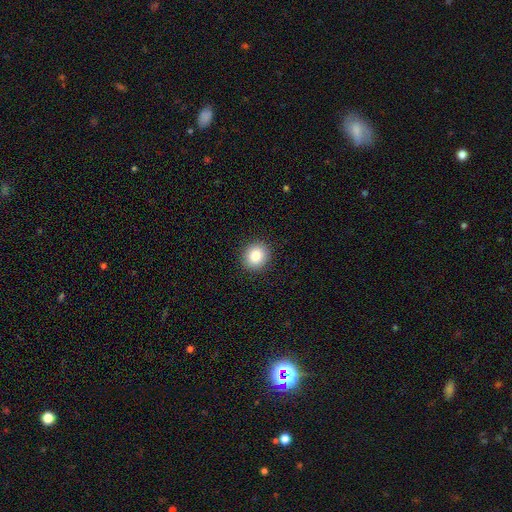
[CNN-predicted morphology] type=smooth (86%); roundness=round (80%); merging=none (91%).